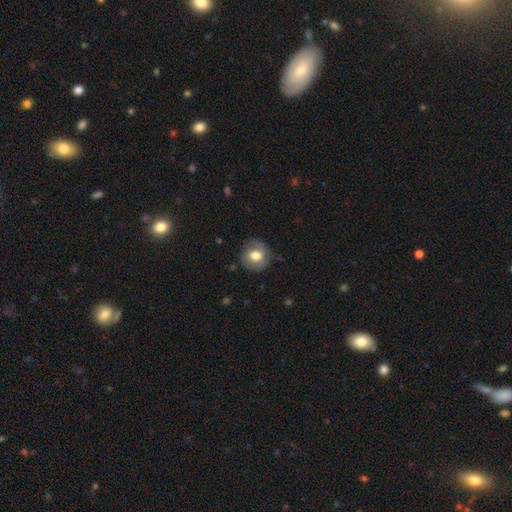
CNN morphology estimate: Smooth or featured?
  - smooth: 64% *
  - featured or disk: 28%
  - star or artifact: 8%
How rounded?
  - round: 84% *
  - in between: 15%
  - cigar-shaped: 1%
Merging?
  - none: 76% *
  - minor disturbance: 18%
  - major disturbance: 6%
  - merger: 1%